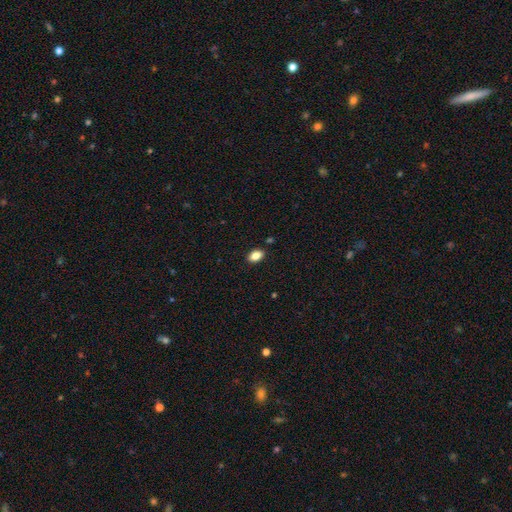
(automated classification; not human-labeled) Smooth or featured?
  - smooth: 86% *
  - star or artifact: 9%
  - featured or disk: 6%
How rounded?
  - in between: 88% *
  - round: 10%
  - cigar-shaped: 2%
Merging?
  - none: 88% *
  - minor disturbance: 8%
  - major disturbance: 2%
  - merger: 2%